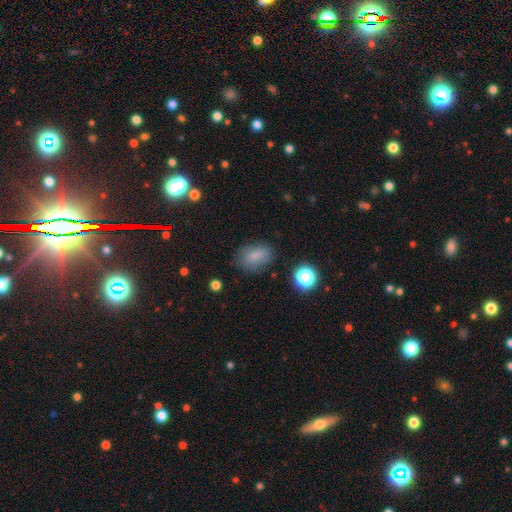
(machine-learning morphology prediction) The model was most divided on "merging": none: 73%, minor disturbance: 18%, major disturbance: 6%, merger: 2%. More confident: how rounded — in between (83%); smooth or featured — smooth (78%).